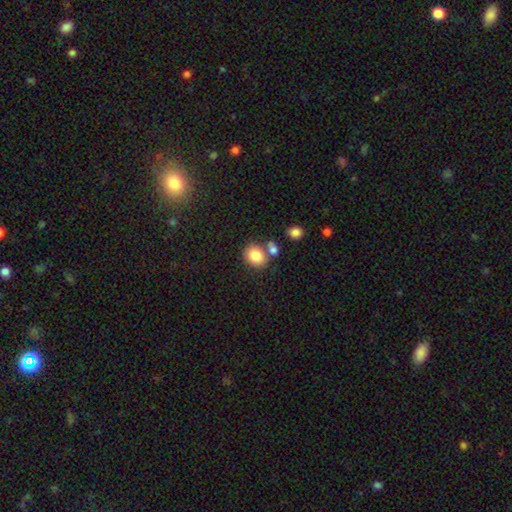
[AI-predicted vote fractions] smooth-or-featured: smooth: 83% | star or artifact: 9% | featured or disk: 8%
  how-rounded: round: 56% | in between: 44% | cigar-shaped: 1%
  merging: none: 60% | merger: 23% | minor disturbance: 13% | major disturbance: 4%